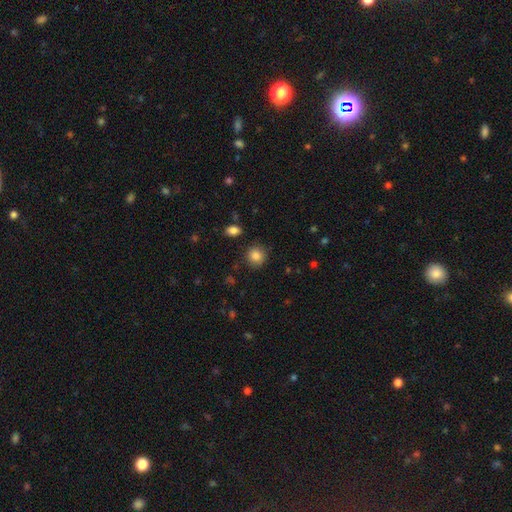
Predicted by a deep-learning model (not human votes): Morphology: type=smooth (85%); roundness=round (88%); merging=none (88%).